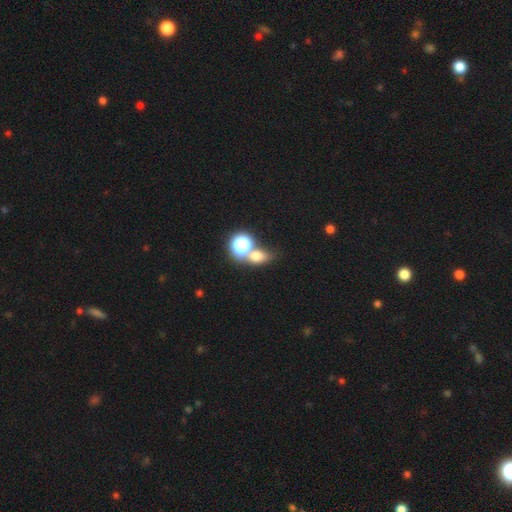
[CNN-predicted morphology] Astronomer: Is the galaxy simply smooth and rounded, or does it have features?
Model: smooth — 64%.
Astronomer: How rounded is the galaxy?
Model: in between — 52% (runner-up: round, 45%).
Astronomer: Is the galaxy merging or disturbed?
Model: none — 50% (runner-up: merger, 34%).